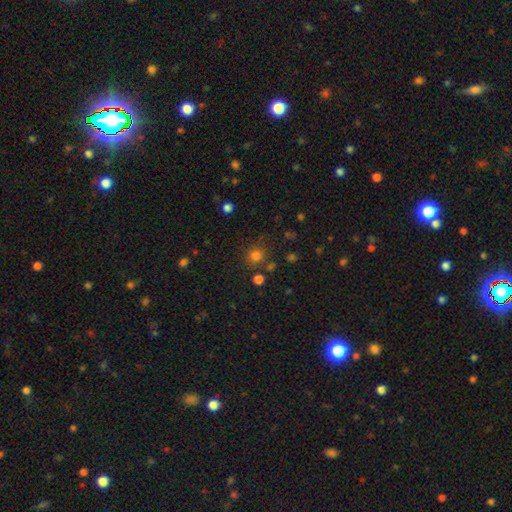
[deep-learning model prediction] Smooth or featured? Predicted: smooth (p=0.79). How rounded? Predicted: round (p=0.89). Merging? Predicted: none (p=0.80).